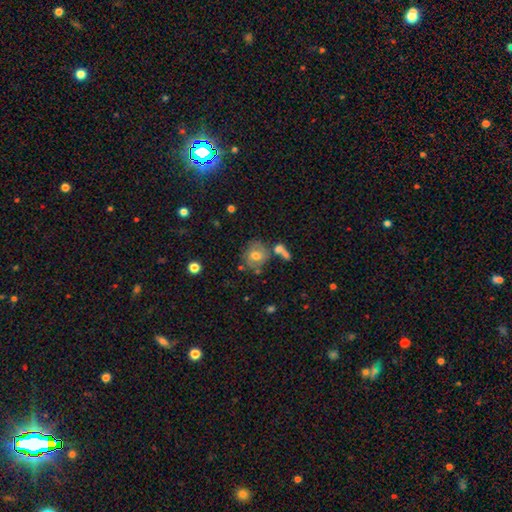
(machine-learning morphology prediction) smooth 52%, featured or disk 38%, star or artifact 10%. Down the decision tree: how rounded — round (72%); merging — none (56%).